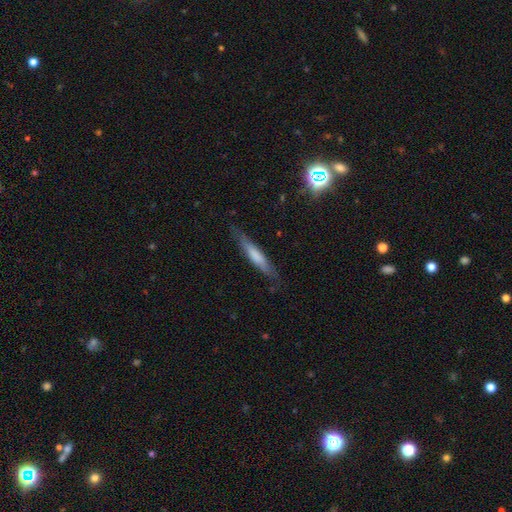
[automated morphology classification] A smooth galaxy with no disk features (62%) that is cigar-shaped (90%). Merging: none (79%).